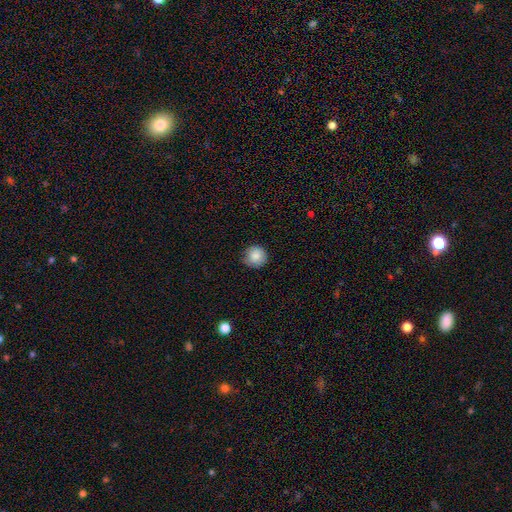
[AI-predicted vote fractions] smooth-or-featured: smooth: 86% | star or artifact: 9% | featured or disk: 5%
  how-rounded: round: 94% | in between: 5% | cigar-shaped: 1%
  merging: none: 80% | minor disturbance: 16% | major disturbance: 3% | merger: 1%